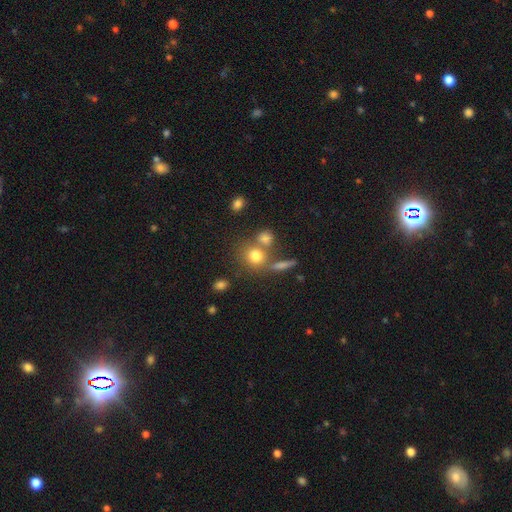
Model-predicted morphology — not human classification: Smooth or featured? smooth (75%)
How rounded? round (78%)
Merging? none (57%)